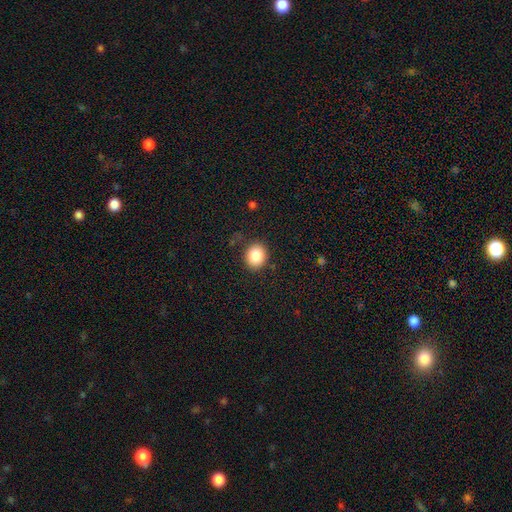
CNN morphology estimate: Q: Smooth or featured?
A: smooth (85%); runner-up: star or artifact (9%)
Q: How rounded?
A: round (64%); runner-up: in between (35%)
Q: Merging?
A: none (86%); runner-up: minor disturbance (10%)